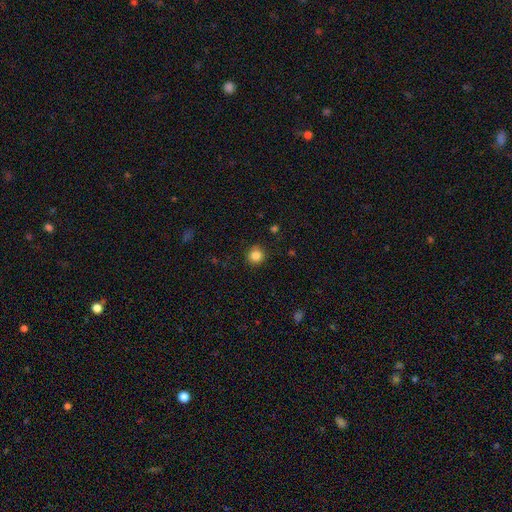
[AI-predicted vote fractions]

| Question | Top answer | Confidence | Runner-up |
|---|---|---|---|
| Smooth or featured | smooth | 85% | star or artifact (11%) |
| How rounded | round | 92% | in between (7%) |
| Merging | none | 89% | minor disturbance (7%) |